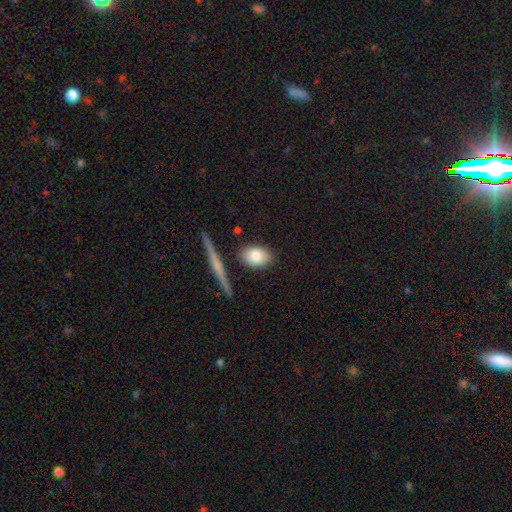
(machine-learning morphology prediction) type=smooth (82%); roundness=in between (73%); merging=none (79%).